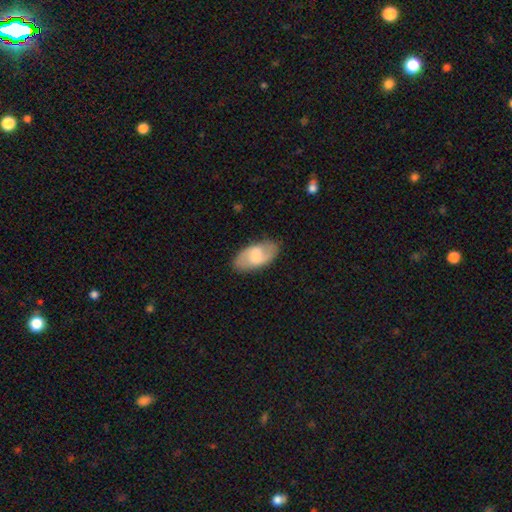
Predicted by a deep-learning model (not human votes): Smooth or featured?
  - featured or disk: 51% *
  - smooth: 43%
  - star or artifact: 6%
Edge-on disk?
  - no: 93% *
  - yes: 7%
Merging?
  - none: 84% *
  - minor disturbance: 11%
  - major disturbance: 3%
  - merger: 1%